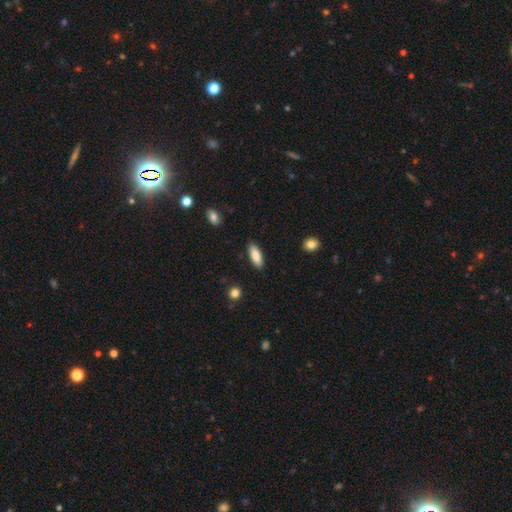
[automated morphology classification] Q: Smooth or featured?
A: smooth (86%); runner-up: featured or disk (8%)
Q: How rounded?
A: in between (64%); runner-up: cigar-shaped (34%)
Q: Merging?
A: none (88%); runner-up: minor disturbance (9%)